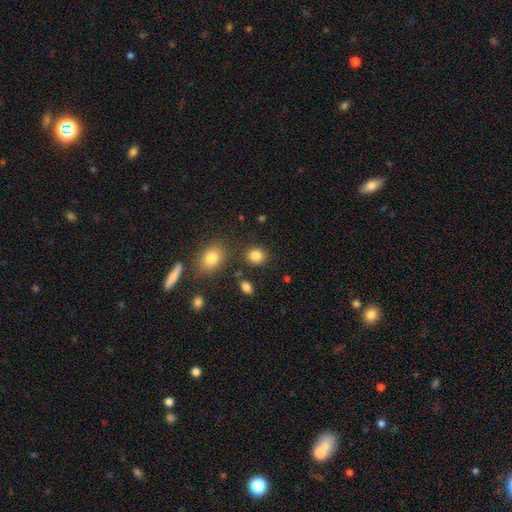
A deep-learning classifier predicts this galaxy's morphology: Smooth or featured?
  - smooth: 85% *
  - star or artifact: 11%
  - featured or disk: 5%
How rounded?
  - round: 74% *
  - in between: 25%
  - cigar-shaped: 1%
Merging?
  - none: 83% *
  - minor disturbance: 9%
  - merger: 5%
  - major disturbance: 3%